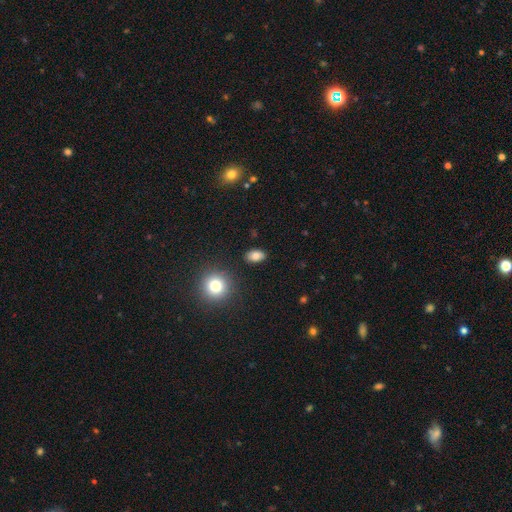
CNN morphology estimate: Smooth or featured?
  - smooth: 81% *
  - star or artifact: 11%
  - featured or disk: 8%
How rounded?
  - in between: 84% *
  - round: 14%
  - cigar-shaped: 2%
Merging?
  - none: 87% *
  - minor disturbance: 9%
  - major disturbance: 2%
  - merger: 2%